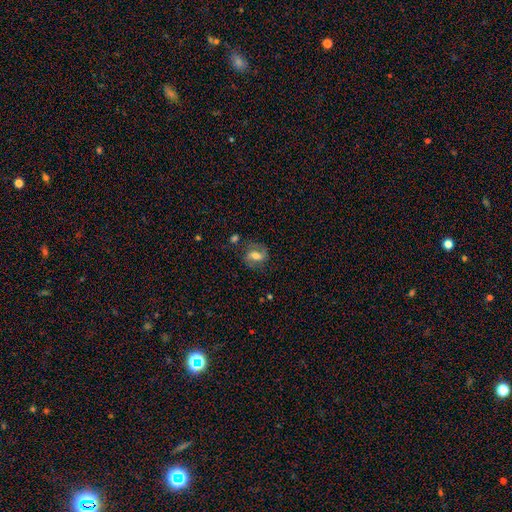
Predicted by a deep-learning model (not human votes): This is possibly a featured or disk galaxy (54%). It is clearly not viewed edge-on (95%). Bar: marginally weak (44%). Spiral arm pattern: clearly yes (82%). Central bulge: possibly moderate (55%). Merging: likely none (64%).